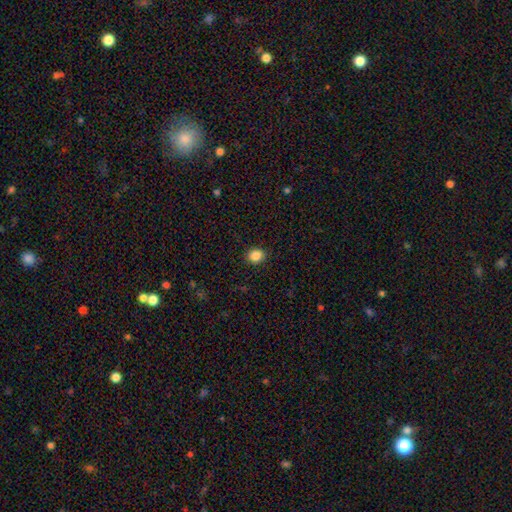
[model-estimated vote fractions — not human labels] This is clearly a smooth galaxy (86%). How rounded: likely round (65%). Merging: clearly none (91%).